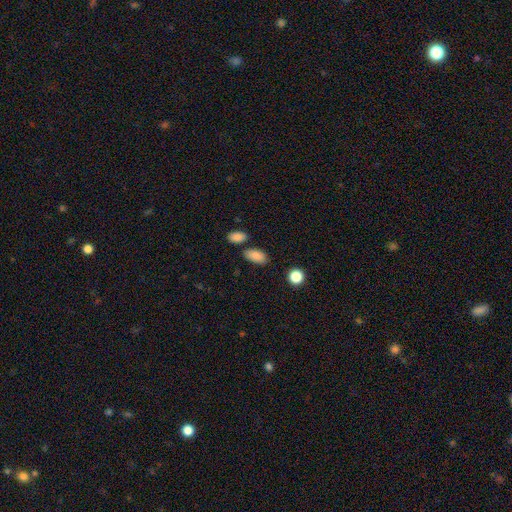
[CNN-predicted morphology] This is clearly a smooth galaxy (86%). How rounded: clearly in between (92%). Merging: likely none (77%).